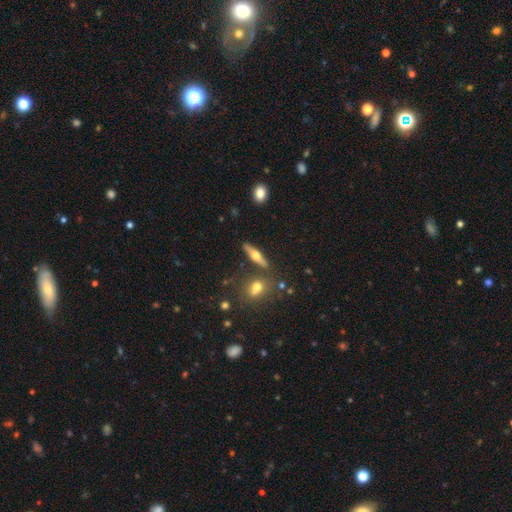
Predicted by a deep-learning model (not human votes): A featured or disk galaxy (58%) viewed edge-on (92%) with a rounded central bulge (95%). Merging: none (80%).